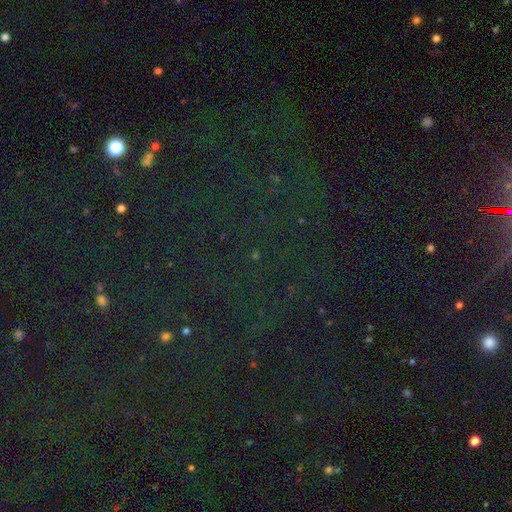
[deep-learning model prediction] Smooth or featured? Predicted: star or artifact (p=0.82).